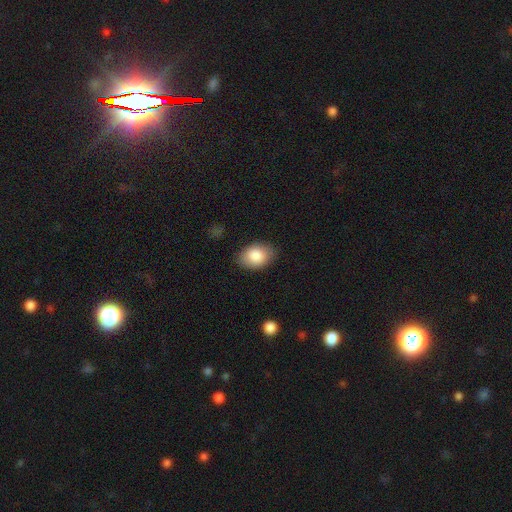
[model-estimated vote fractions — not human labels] This appears to be a smooth galaxy with no disk features (86%) that is in between round and cigar-shaped (85%). Merging: none (84%).